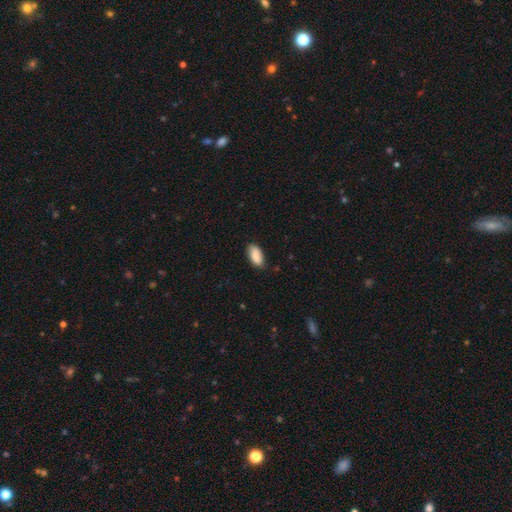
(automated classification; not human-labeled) A smooth galaxy with no disk features (89%) that is in between round and cigar-shaped (92%).

Vote fractions:
- Smooth or featured? smooth: 89% / star or artifact: 6% / featured or disk: 5%
- How rounded? in between: 92% / cigar-shaped: 6% / round: 2%
- Merging? none: 80% / minor disturbance: 16% / major disturbance: 2% / merger: 1%